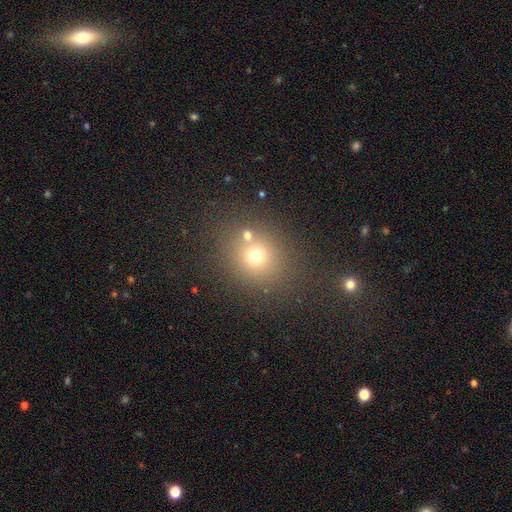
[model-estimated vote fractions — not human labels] smooth_or_featured: smooth (p=0.67) [alt: star or artifact p=0.22]
how_rounded: round (p=0.80) [alt: in between p=0.19]
merging: none (p=0.73) [alt: merger p=0.12]